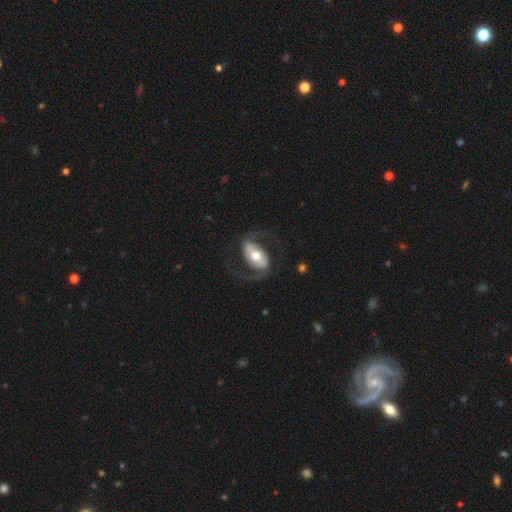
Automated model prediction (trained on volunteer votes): This appears to be a featured or disk galaxy (77%) with no bar (36%), 2 (91%) loose (48%) spiral arms (88%) and a moderate central bulge (73%). Merging: none (70%).